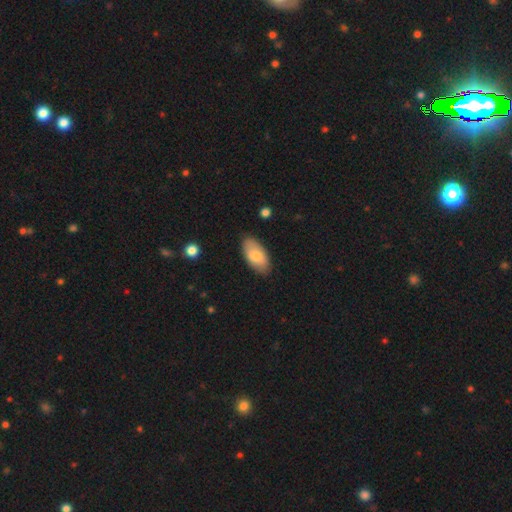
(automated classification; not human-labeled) Smooth or featured: smooth — 79% (featured or disk — 15%)
How rounded: in between — 94% (cigar-shaped — 4%)
Merging: none — 85% (minor disturbance — 12%)